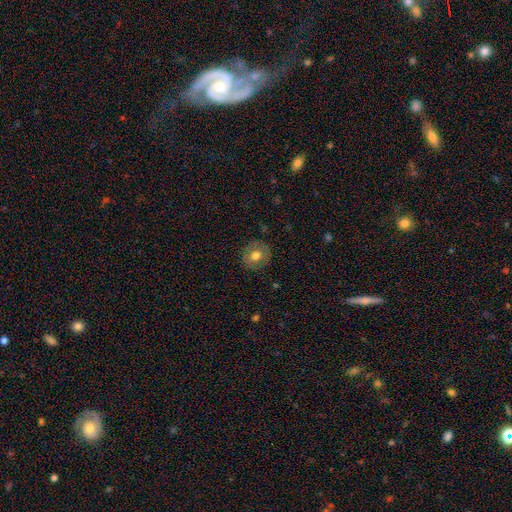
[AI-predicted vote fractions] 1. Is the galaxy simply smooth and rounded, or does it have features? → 66% smooth, 26% featured or disk, 8% star or artifact.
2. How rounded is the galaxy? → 85% round, 14% in between, 1% cigar-shaped.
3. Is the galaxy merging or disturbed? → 87% none, 9% minor disturbance, 3% major disturbance, 1% merger.